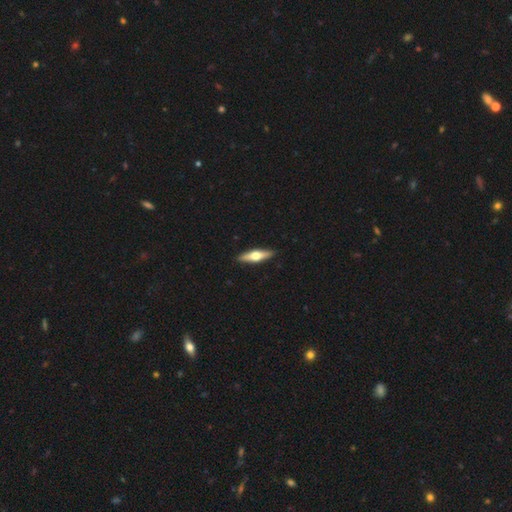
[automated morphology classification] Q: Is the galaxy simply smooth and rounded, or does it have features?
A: featured or disk — 55%.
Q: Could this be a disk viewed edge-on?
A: yes — 94%.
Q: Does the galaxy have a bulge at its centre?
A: rounded — 95%.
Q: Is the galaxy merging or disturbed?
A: none — 91%.